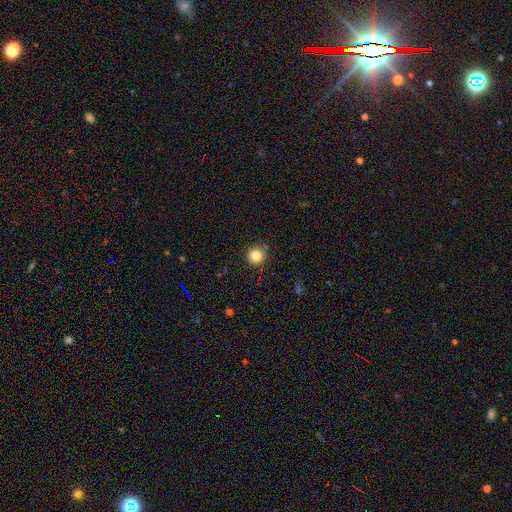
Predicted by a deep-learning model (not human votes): Smooth or featured?
  - smooth: 83% *
  - star or artifact: 11%
  - featured or disk: 5%
How rounded?
  - round: 95% *
  - in between: 4%
  - cigar-shaped: 1%
Merging?
  - none: 86% *
  - minor disturbance: 9%
  - merger: 2%
  - major disturbance: 2%